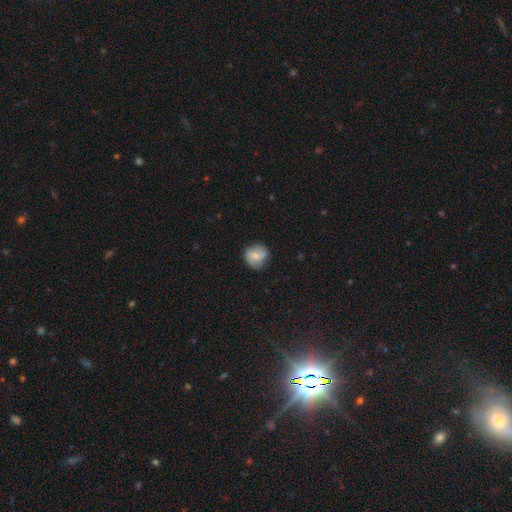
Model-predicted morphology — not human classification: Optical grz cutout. It shows a smooth galaxy with no disk features (63%) that is round (84%). Merging: none (68%).